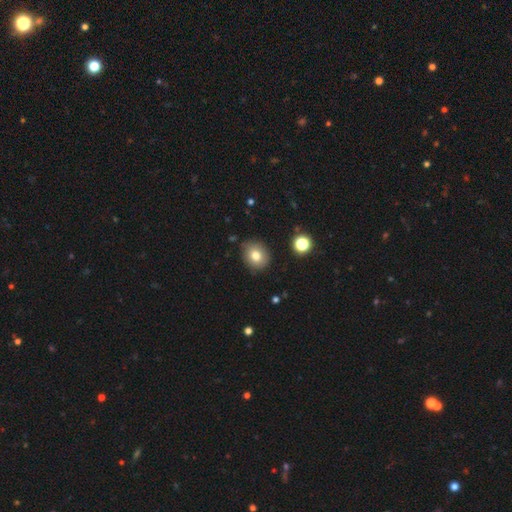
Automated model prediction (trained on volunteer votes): Overall: smooth (77%). How rounded: round (65%; in between 34%). Merging: none (83%).